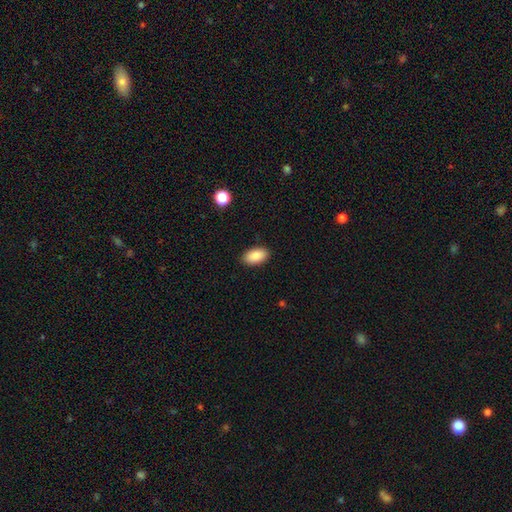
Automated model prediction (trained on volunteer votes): Smooth or featured?
  - smooth: 88% *
  - star or artifact: 7%
  - featured or disk: 5%
How rounded?
  - in between: 94% *
  - round: 3%
  - cigar-shaped: 2%
Merging?
  - none: 89% *
  - minor disturbance: 8%
  - major disturbance: 2%
  - merger: 1%